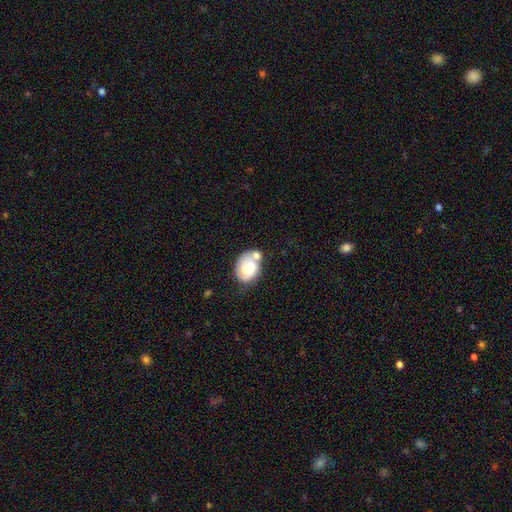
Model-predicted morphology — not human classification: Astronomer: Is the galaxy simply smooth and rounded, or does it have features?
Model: smooth — 65%.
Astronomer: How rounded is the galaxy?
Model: in between — 66%.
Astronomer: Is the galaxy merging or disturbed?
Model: none — 38% (runner-up: merger, 32%).